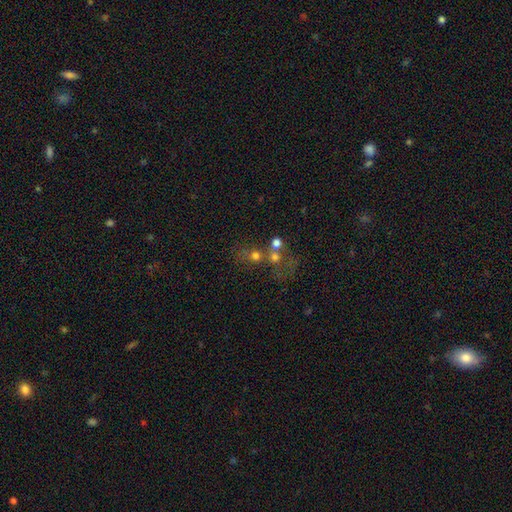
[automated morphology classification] smooth-or-featured: smooth: 51% | star or artifact: 25% | featured or disk: 24%
  how-rounded: round: 78% | in between: 20% | cigar-shaped: 1%
  merging: merger: 52% | none: 33% | major disturbance: 8% | minor disturbance: 7%